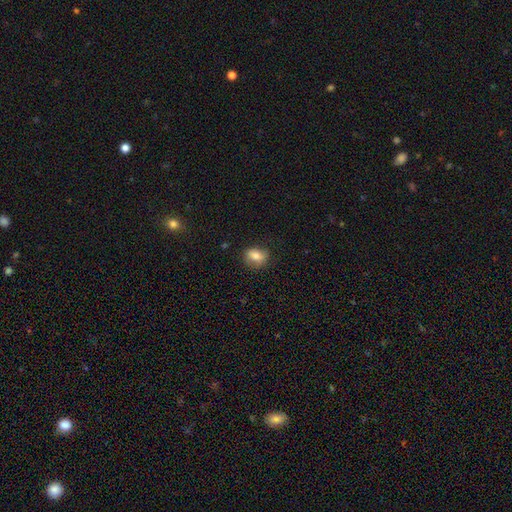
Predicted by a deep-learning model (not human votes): The model was most divided on "how rounded": in between: 56%, round: 41%, cigar-shaped: 2%. More confident: merging — none (78%); smooth or featured — smooth (71%).